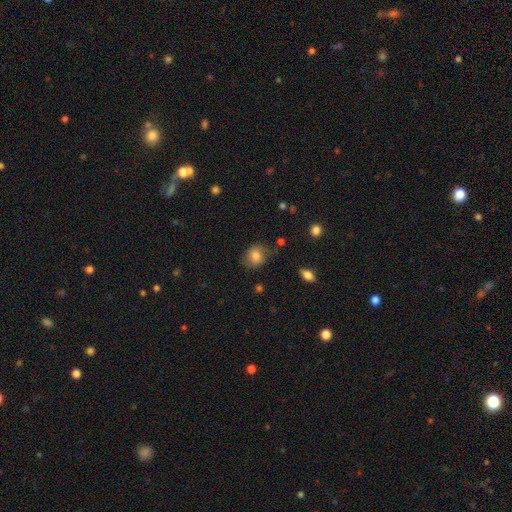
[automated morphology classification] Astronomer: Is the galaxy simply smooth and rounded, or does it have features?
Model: smooth — 77%.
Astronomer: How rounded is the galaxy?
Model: round — 55% (runner-up: in between, 44%).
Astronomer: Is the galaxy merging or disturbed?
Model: none — 69%.